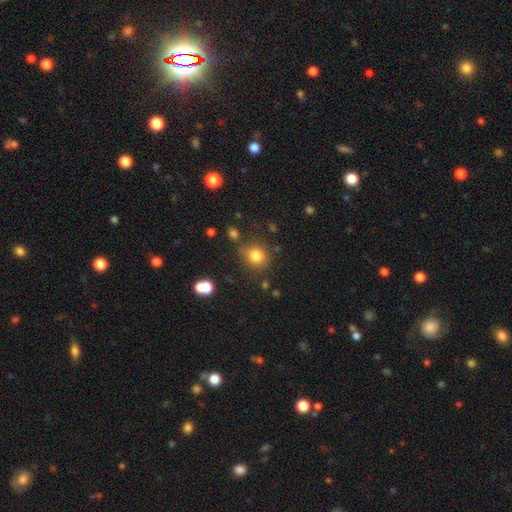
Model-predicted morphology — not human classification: Smooth or featured? Predicted: smooth (p=0.80). How rounded? Predicted: round (p=0.82). Merging? Predicted: none (p=0.76).